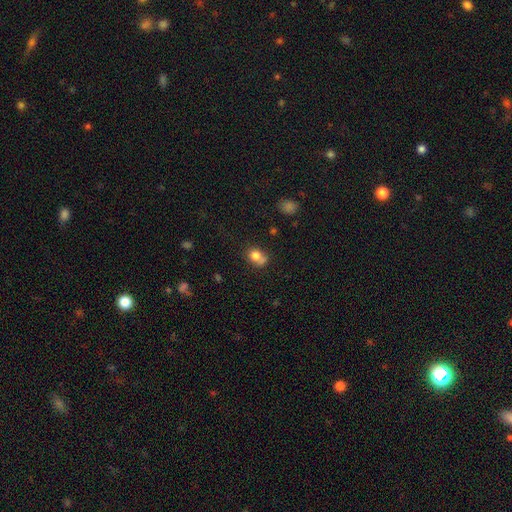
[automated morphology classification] This is likely a smooth galaxy (79%). How rounded: possibly round (55%). Merging: possibly none (46%).